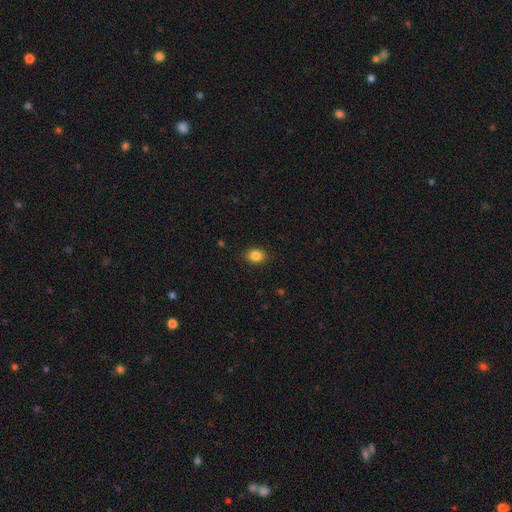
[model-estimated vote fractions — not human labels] Overall: smooth (86%). How rounded: in between (57%; round 42%). Merging: none (88%).